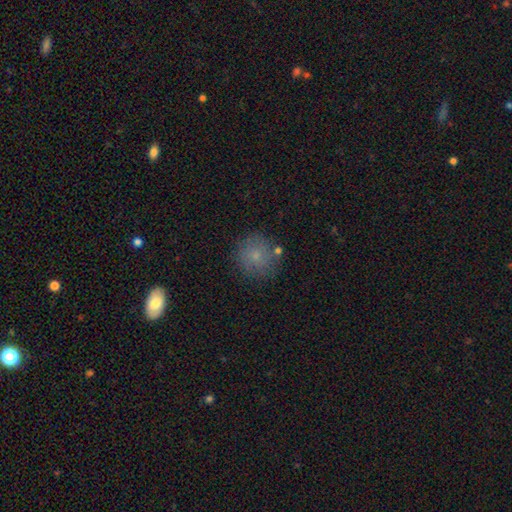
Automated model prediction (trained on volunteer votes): A smooth galaxy with no disk features (75%) that is round (92%). Merging: none (78%).